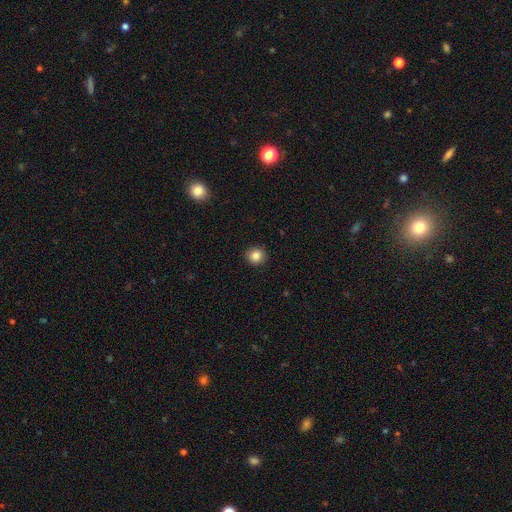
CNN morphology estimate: Smooth or featured: smooth — 85% (star or artifact — 10%)
How rounded: round — 93% (in between — 6%)
Merging: none — 92% (minor disturbance — 5%)